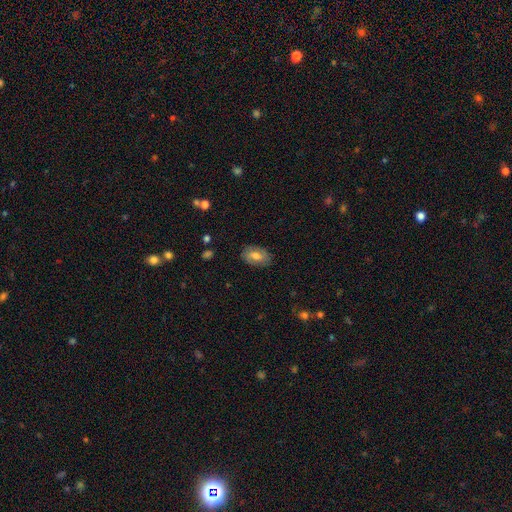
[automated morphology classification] This appears to be a smooth galaxy with no disk features (64%) that is in between round and cigar-shaped (89%). Merging: none (82%).